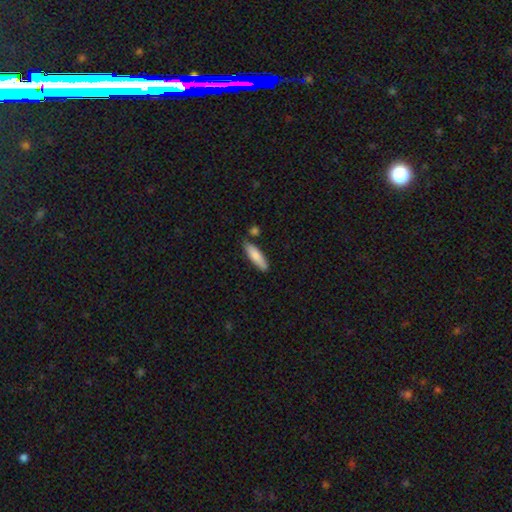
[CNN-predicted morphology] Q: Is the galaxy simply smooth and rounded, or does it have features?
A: smooth — 83%.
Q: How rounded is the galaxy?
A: cigar-shaped — 62%.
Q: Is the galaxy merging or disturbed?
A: none — 76%.